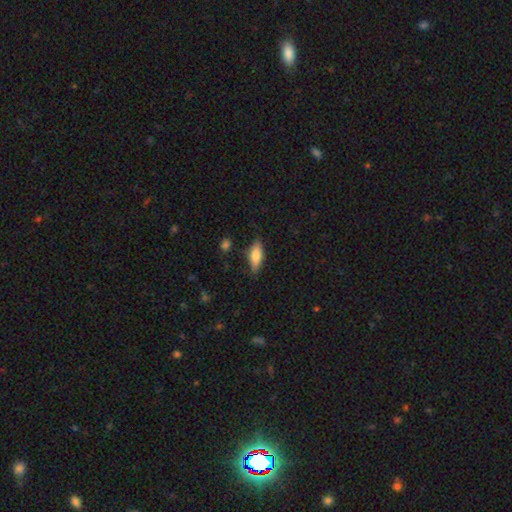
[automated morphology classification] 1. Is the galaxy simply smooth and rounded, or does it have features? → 70% smooth, 23% featured or disk, 6% star or artifact.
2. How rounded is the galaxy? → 64% in between, 33% cigar-shaped, 3% round.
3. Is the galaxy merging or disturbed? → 81% none, 14% minor disturbance, 3% major disturbance, 2% merger.